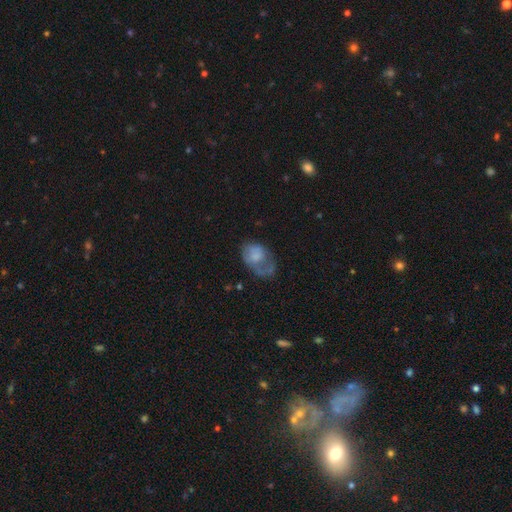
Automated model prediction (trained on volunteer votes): A smooth galaxy with no disk features (53%) that is in between round and cigar-shaped (79%).

Vote fractions:
- Smooth or featured? smooth: 53% / featured or disk: 38% / star or artifact: 9%
- How rounded? in between: 79% / round: 20% / cigar-shaped: 1%
- Merging? major disturbance: 37% / none: 32% / minor disturbance: 27% / merger: 3%